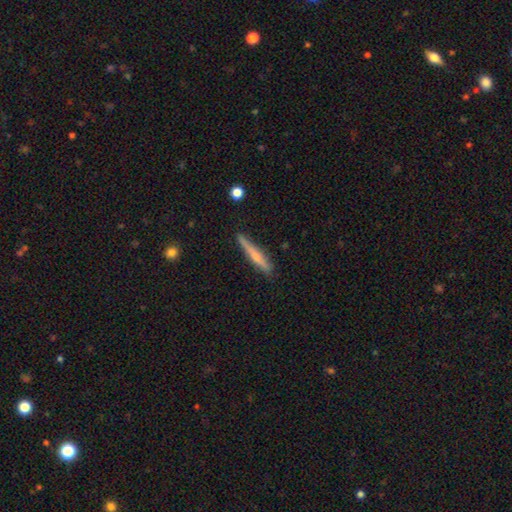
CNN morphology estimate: type=smooth (53%); roundness=cigar-shaped (94%); merging=none (84%).